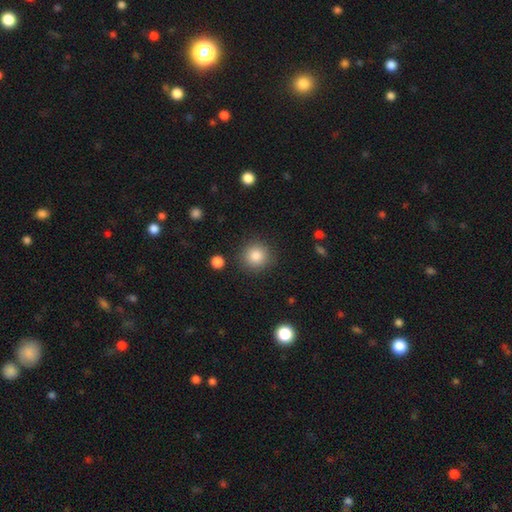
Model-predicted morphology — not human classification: This appears to be a smooth galaxy with no disk features (86%) that is round (93%). Merging: none (88%).